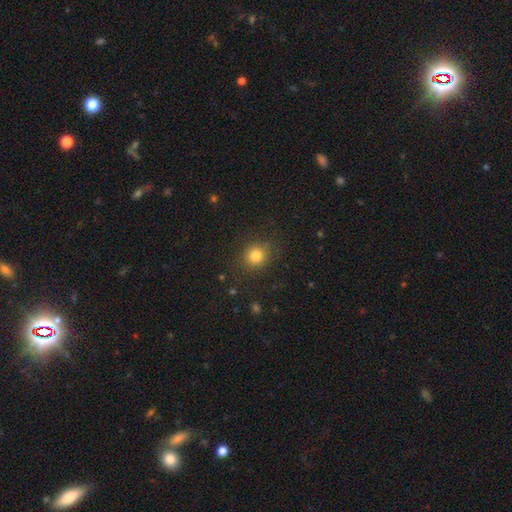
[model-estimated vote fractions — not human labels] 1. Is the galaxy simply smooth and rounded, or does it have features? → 81% smooth, 13% star or artifact, 7% featured or disk.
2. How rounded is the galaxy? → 83% round, 16% in between, 1% cigar-shaped.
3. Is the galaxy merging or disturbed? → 84% none, 10% minor disturbance, 4% major disturbance, 1% merger.